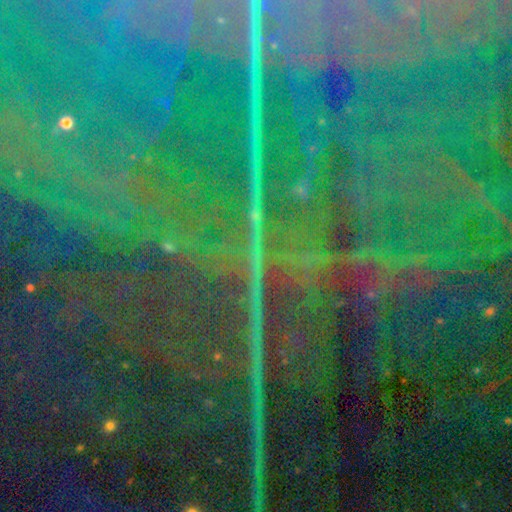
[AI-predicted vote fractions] smooth-or-featured: star or artifact: 87% | featured or disk: 8% | smooth: 6%